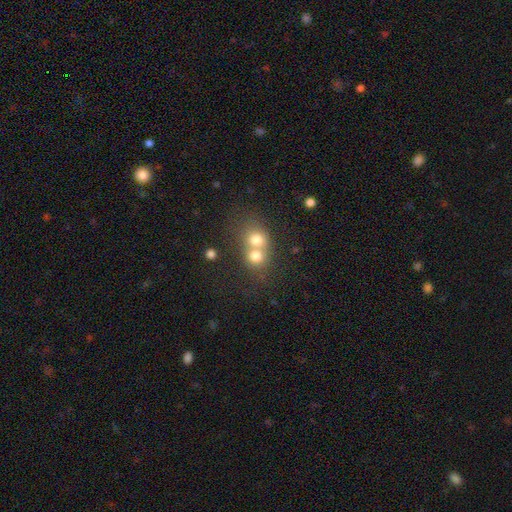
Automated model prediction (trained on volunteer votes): The model was most divided on "merging": merger: 68%, none: 25%, minor disturbance: 4%, major disturbance: 3%. More confident: how rounded — round (76%); smooth or featured — smooth (72%).